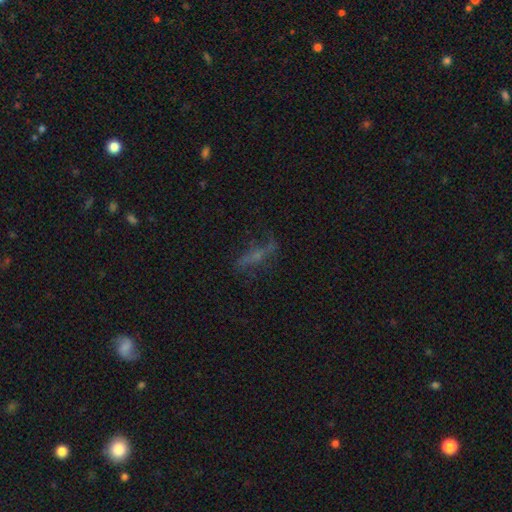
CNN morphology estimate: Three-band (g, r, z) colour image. It shows a featured or disk galaxy (48%). Merging: none (59%).